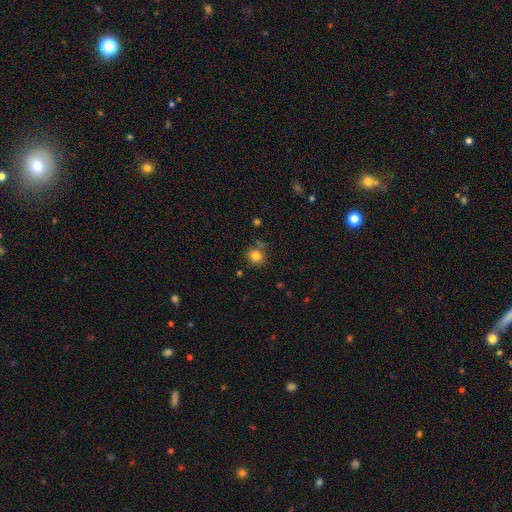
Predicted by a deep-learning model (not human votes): Q: Smooth or featured?
A: smooth (81%); runner-up: star or artifact (12%)
Q: How rounded?
A: round (86%); runner-up: in between (13%)
Q: Merging?
A: none (78%); runner-up: minor disturbance (13%)